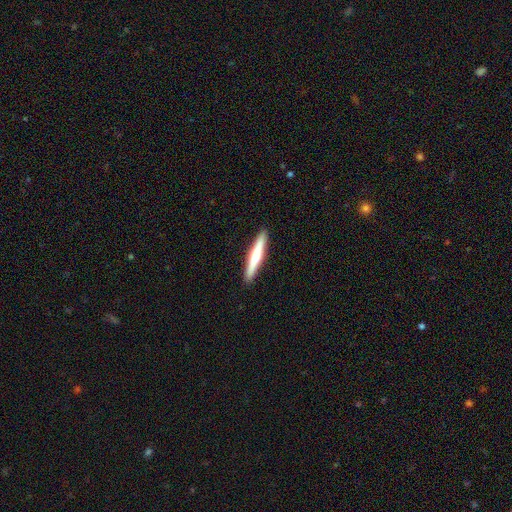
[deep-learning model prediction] This appears to be a smooth galaxy with no disk features (54%) that is cigar-shaped (94%). Merging: none (92%).